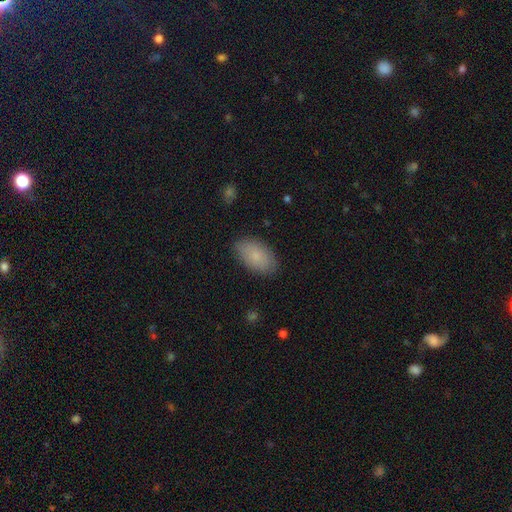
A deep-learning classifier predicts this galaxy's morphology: A smooth galaxy with no disk features (83%) that is in between round and cigar-shaped (94%). Merging: none (85%).